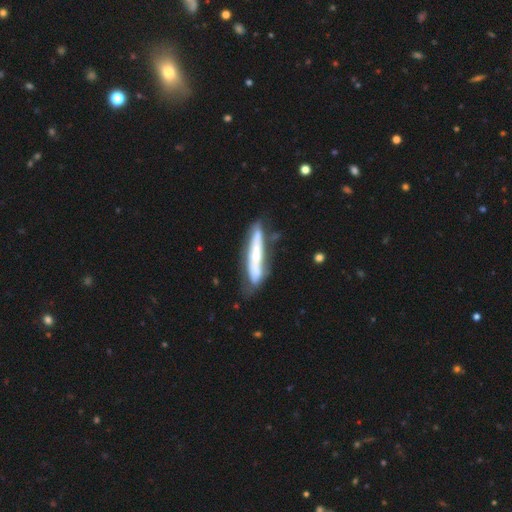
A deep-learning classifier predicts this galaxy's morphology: A featured or disk galaxy (62%) viewed edge-on (63%). Merging: none (61%).